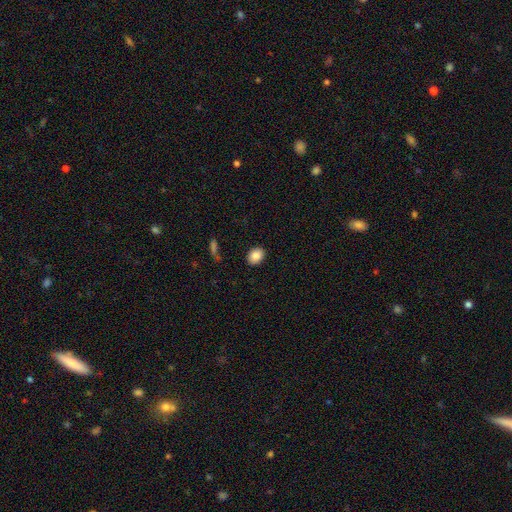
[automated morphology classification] This appears to be a smooth galaxy with no disk features (86%) that is in between round and cigar-shaped (61%). Merging: none (88%).